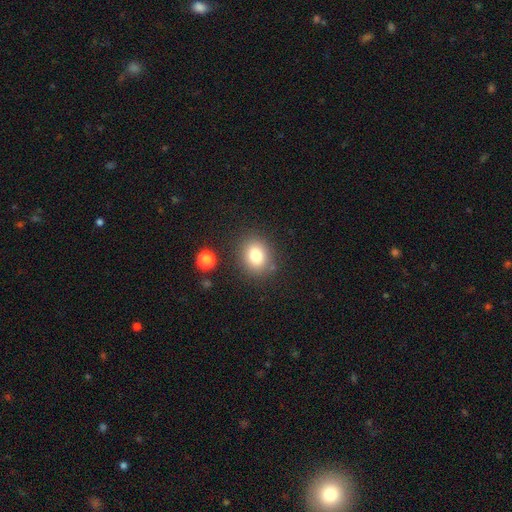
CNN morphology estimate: This appears to be a smooth galaxy with no disk features (79%) that is round (56%). Merging: none (83%).